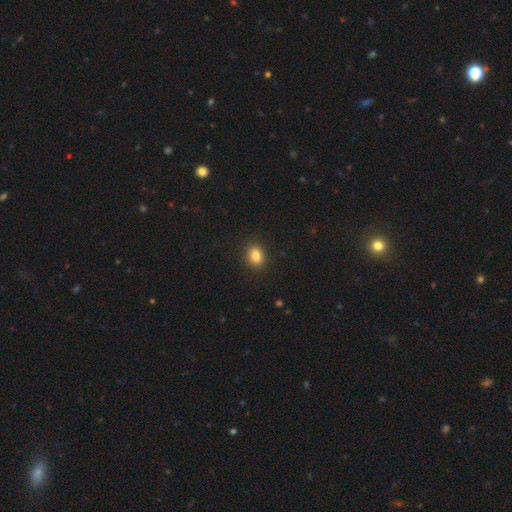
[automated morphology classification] Q: Smooth or featured?
A: smooth (85%); runner-up: star or artifact (10%)
Q: How rounded?
A: in between (62%); runner-up: round (37%)
Q: Merging?
A: none (89%); runner-up: minor disturbance (7%)